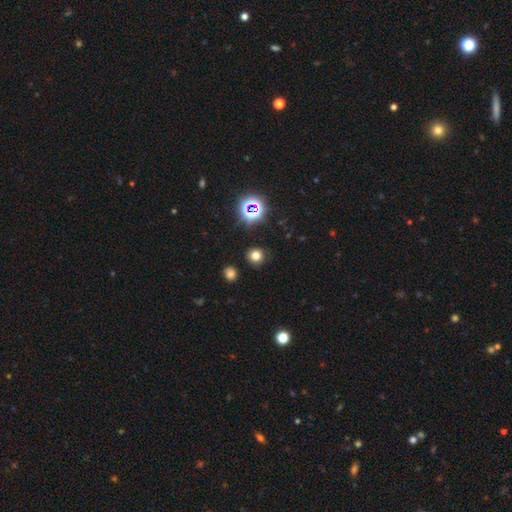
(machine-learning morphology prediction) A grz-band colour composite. It shows a smooth galaxy with no disk features (72%) that is round (89%). Merging: none (88%).